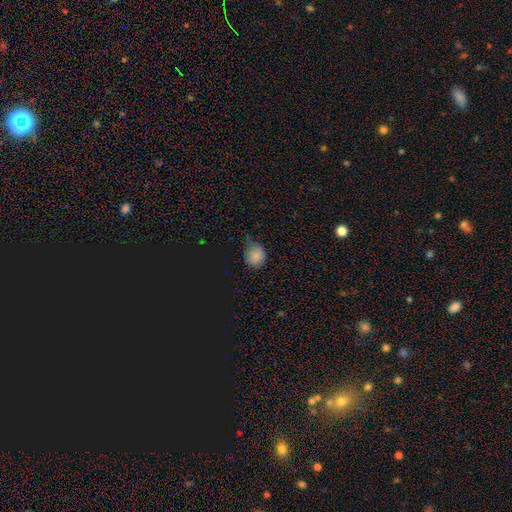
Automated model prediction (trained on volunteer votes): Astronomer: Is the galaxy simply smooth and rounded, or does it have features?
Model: smooth — 79%.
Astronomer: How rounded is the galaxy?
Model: round — 73%.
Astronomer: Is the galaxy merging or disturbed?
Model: none — 61%.